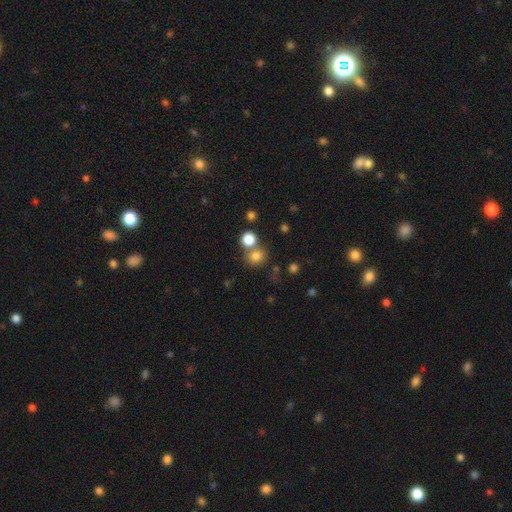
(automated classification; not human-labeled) A smooth galaxy with no disk features (78%) that is round (82%).

Vote fractions:
- Smooth or featured? smooth: 78% / star or artifact: 15% / featured or disk: 7%
- How rounded? round: 82% / in between: 17% / cigar-shaped: 1%
- Merging? none: 62% / merger: 27% / minor disturbance: 8% / major disturbance: 3%